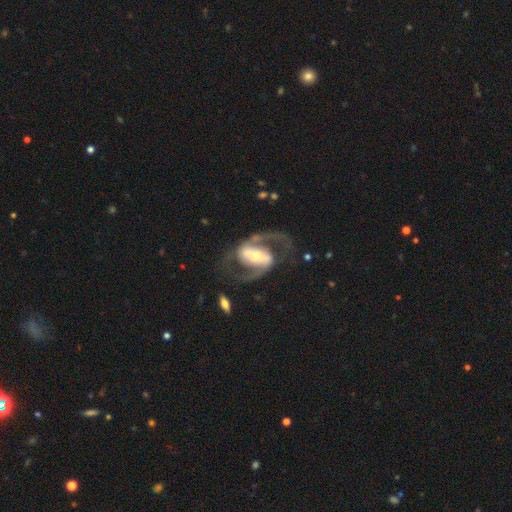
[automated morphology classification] Q: Smooth or featured?
A: featured or disk (89%); runner-up: smooth (6%)
Q: Edge-on disk?
A: no (97%); runner-up: yes (3%)
Q: Bar?
A: strong (55%); runner-up: weak (29%)
Q: Spiral arms?
A: yes (94%); runner-up: no (6%)
Q: Spiral winding?
A: medium (57%); runner-up: loose (30%)
Q: Spiral arm count?
A: 2 (93%); runner-up: can't tell (2%)
Q: Bulge size?
A: moderate (52%); runner-up: small (34%)
Q: Merging?
A: none (71%); runner-up: major disturbance (14%)